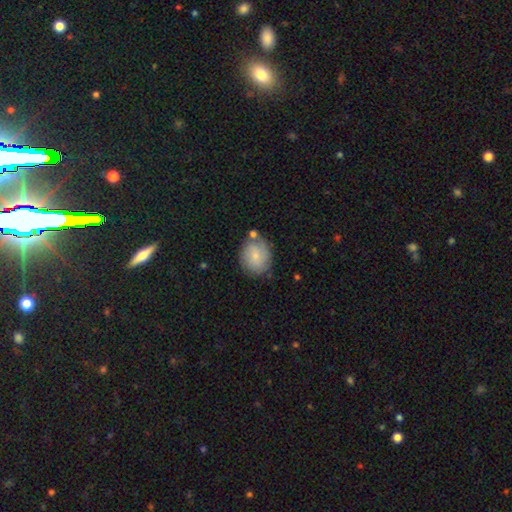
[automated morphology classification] This appears to be a smooth galaxy with no disk features (71%) that is round (53%). Merging: none (63%).